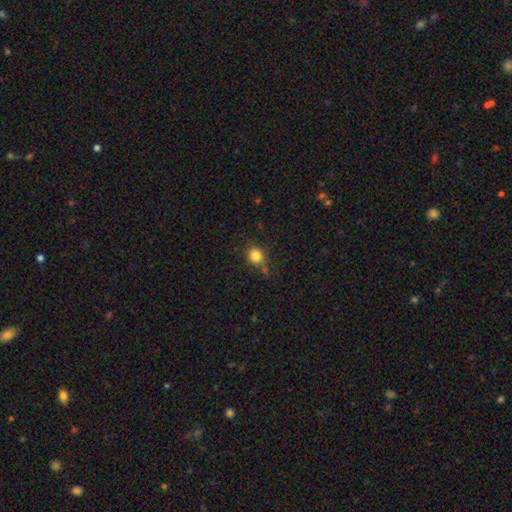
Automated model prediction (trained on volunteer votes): This appears to be a smooth galaxy with no disk features (83%) that is round (77%). Merging: none (70%).